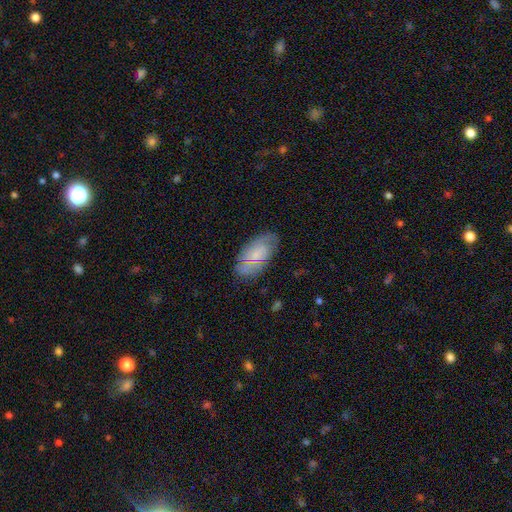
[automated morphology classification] type=smooth (49%); merging=none (73%).